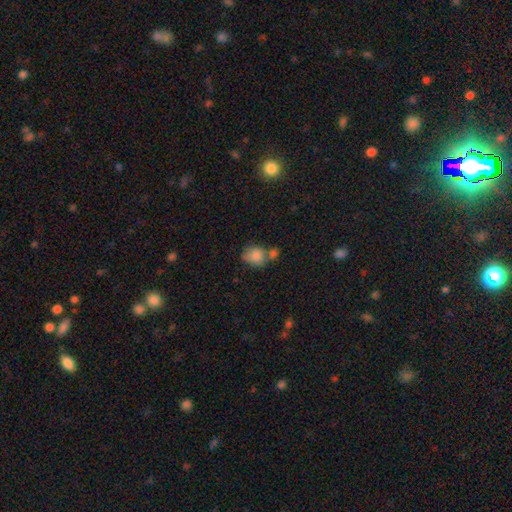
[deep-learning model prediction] A smooth galaxy with no disk features (83%) that is round (57%). Merging: none (44%).